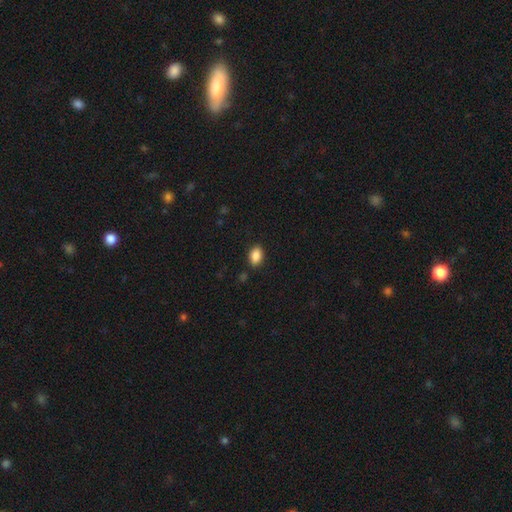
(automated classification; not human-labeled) This appears to be a smooth galaxy with no disk features (87%) that is in between round and cigar-shaped (87%). Merging: none (86%).